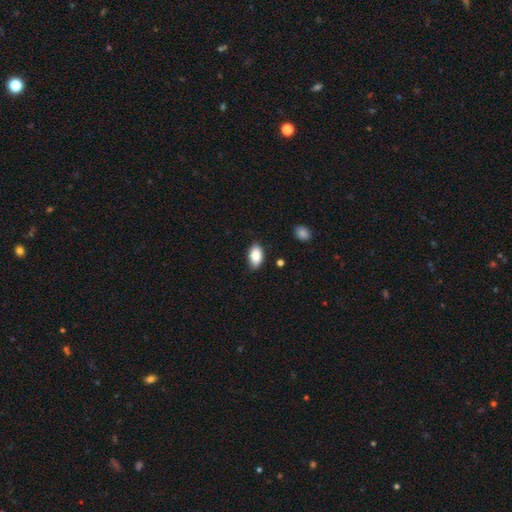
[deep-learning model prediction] A smooth galaxy with no disk features (87%) that is in between round and cigar-shaped (93%). Merging: none (83%).